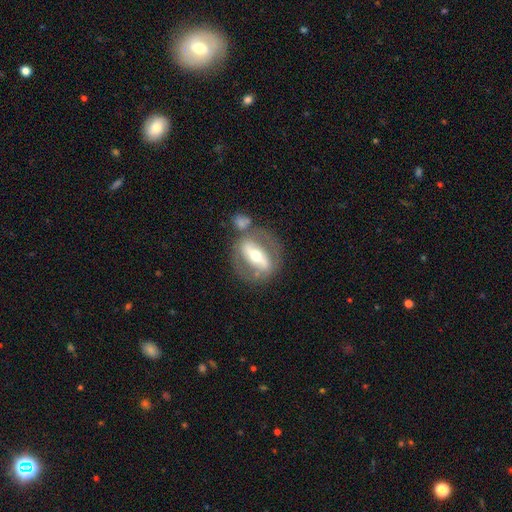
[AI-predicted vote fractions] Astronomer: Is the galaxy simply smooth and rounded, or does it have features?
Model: featured or disk — 69%.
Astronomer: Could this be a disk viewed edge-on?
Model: no — 85%.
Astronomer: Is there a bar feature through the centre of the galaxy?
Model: strong — 63%.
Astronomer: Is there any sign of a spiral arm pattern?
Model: no — 57% (runner-up: yes, 43%).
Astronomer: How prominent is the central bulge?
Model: moderate — 66%.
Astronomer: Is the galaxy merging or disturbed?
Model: none — 56%.